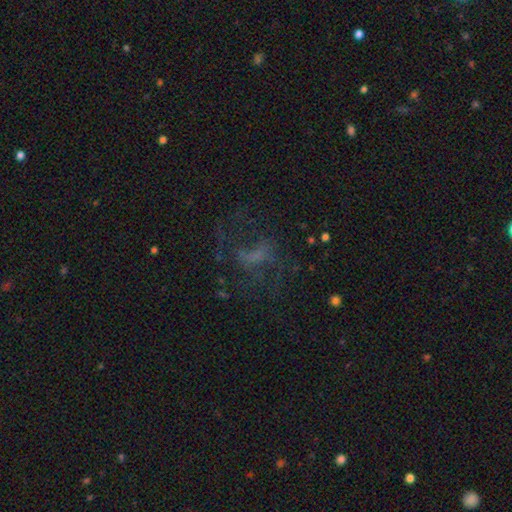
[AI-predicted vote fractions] Smooth or featured: featured or disk — 48% (star or artifact — 27%)
Merging: none — 45% (major disturbance — 38%)